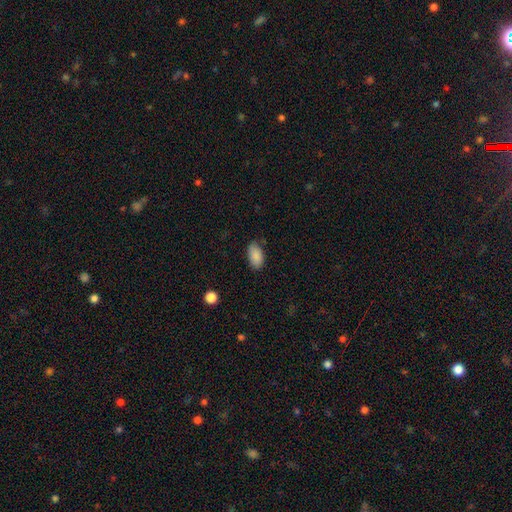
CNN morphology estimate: smooth_or_featured: smooth (p=0.88) [alt: star or artifact p=0.07]
how_rounded: in between (p=0.93) [alt: round p=0.04]
merging: none (p=0.77) [alt: minor disturbance p=0.18]